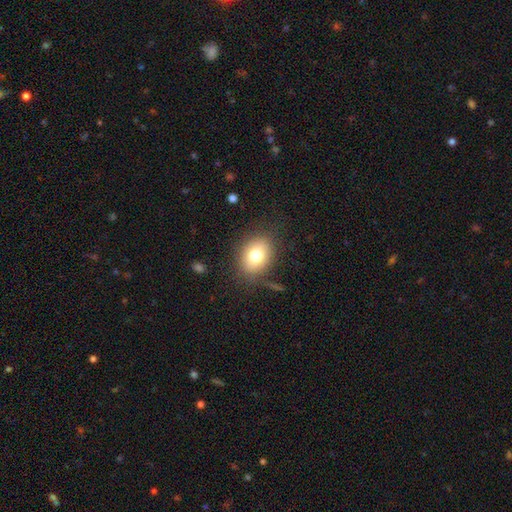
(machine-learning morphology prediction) The model was most divided on "how rounded": in between: 63%, round: 36%, cigar-shaped: 1%. More confident: merging — none (80%); smooth or featured — smooth (78%).